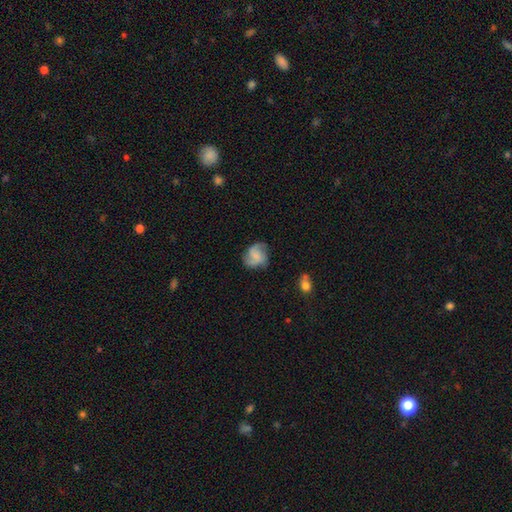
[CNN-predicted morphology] A featured or disk galaxy (60%) with no bar (55%), 3 (41%) medium (46%) spiral arms (92%) and no central bulge (47%). Merging: none (66%).